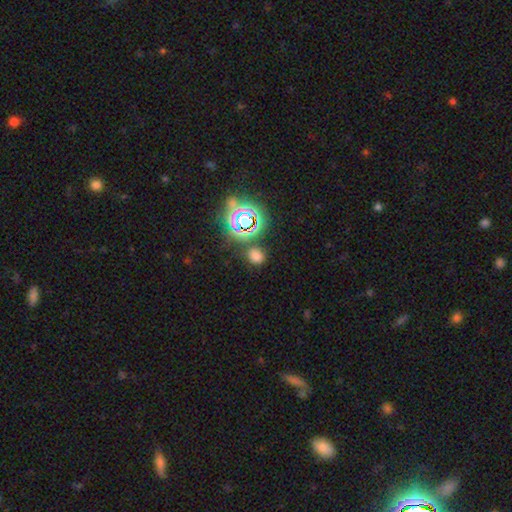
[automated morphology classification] smooth-or-featured: smooth: 61% | star or artifact: 33% | featured or disk: 6%
  how-rounded: round: 63% | in between: 36% | cigar-shaped: 2%
  merging: none: 78% | minor disturbance: 12% | merger: 6% | major disturbance: 5%